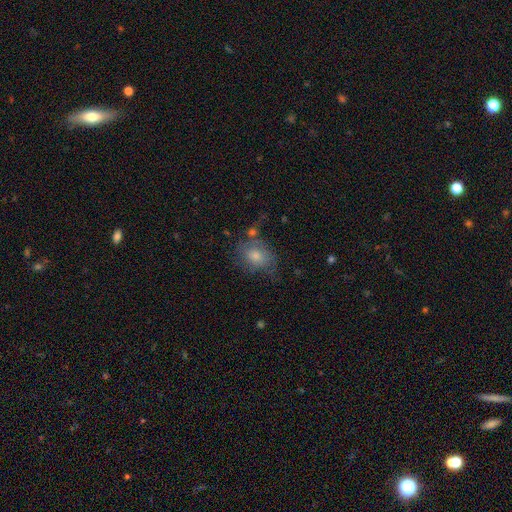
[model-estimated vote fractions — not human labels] This appears to be a smooth galaxy with no disk features (58%) that is in between round and cigar-shaped (49%, tied with round). Merging: none (58%).